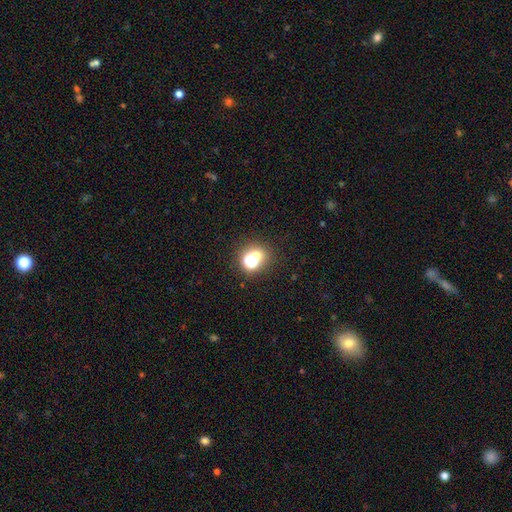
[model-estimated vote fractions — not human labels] Smooth or featured?
  - smooth: 50% *
  - star or artifact: 38%
  - featured or disk: 12%
Merging?
  - none: 64% *
  - merger: 18%
  - minor disturbance: 11%
  - major disturbance: 7%